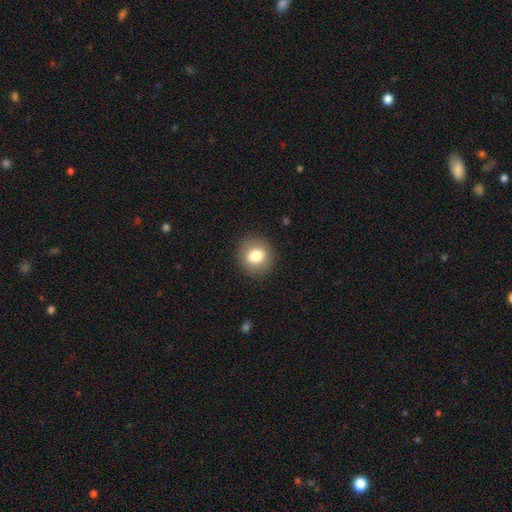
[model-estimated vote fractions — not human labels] Smooth or featured? Predicted: smooth (p=0.79). How rounded? Predicted: round (p=0.81). Merging? Predicted: none (p=0.89).